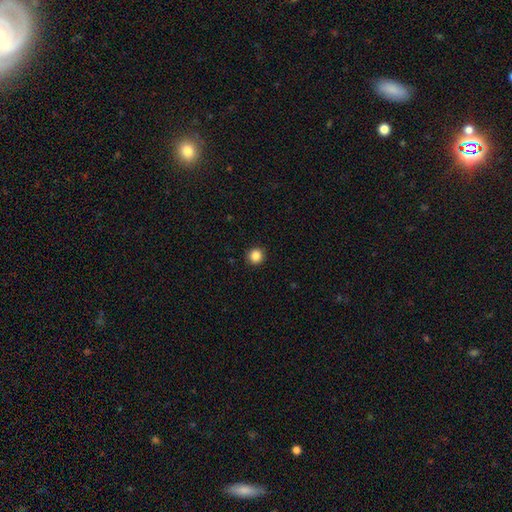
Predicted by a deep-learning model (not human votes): The model was most divided on "smooth or featured": smooth: 86%, star or artifact: 11%, featured or disk: 3%. More confident: how rounded — round (94%); merging — none (93%).